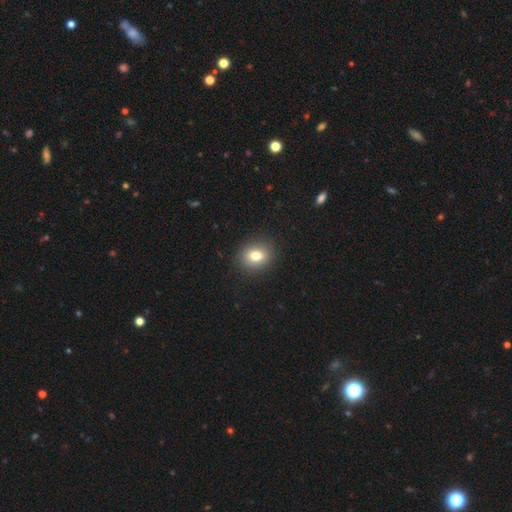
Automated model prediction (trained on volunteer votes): Smooth or featured: smooth — 79% (star or artifact — 11%)
How rounded: round — 63% (in between — 36%)
Merging: none — 89% (minor disturbance — 7%)